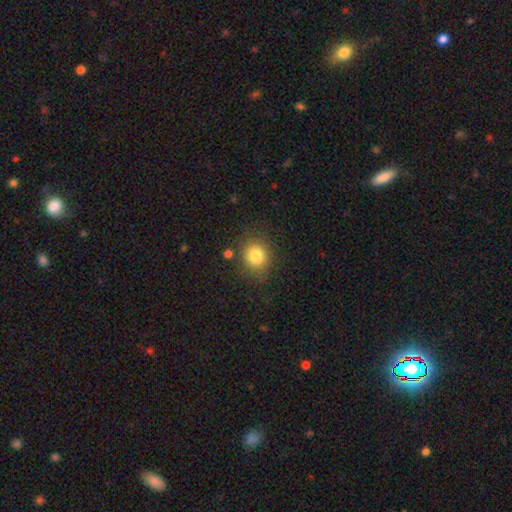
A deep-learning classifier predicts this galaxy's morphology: This appears to be a smooth galaxy with no disk features (81%) that is round (77%). Merging: none (80%).